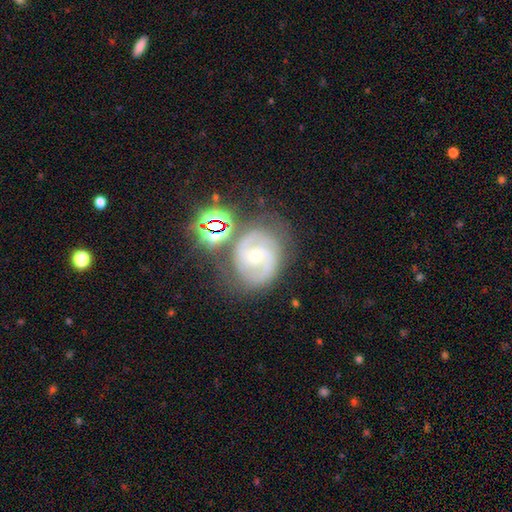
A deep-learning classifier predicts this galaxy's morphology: This is clearly a featured or disk galaxy (84%). It is clearly not viewed edge-on (98%). Bar: possibly no (49%). Spiral arm pattern: clearly yes (97%). Spiral arm count: clearly 2 (83%). Spiral winding: possibly medium (51%). Central bulge: possibly small (54%). Merging: likely none (66%).